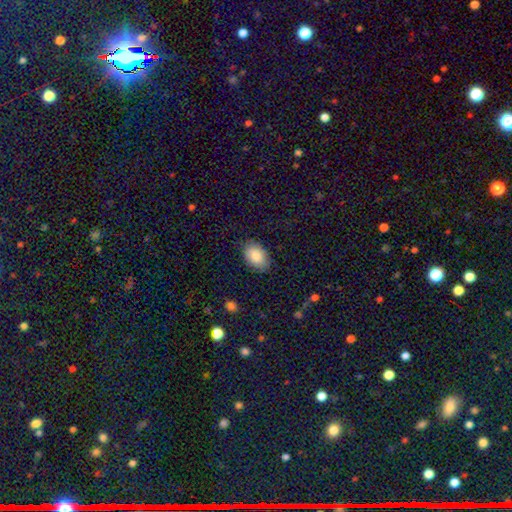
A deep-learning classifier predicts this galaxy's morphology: type=smooth (85%); roundness=in between (89%); merging=none (84%).